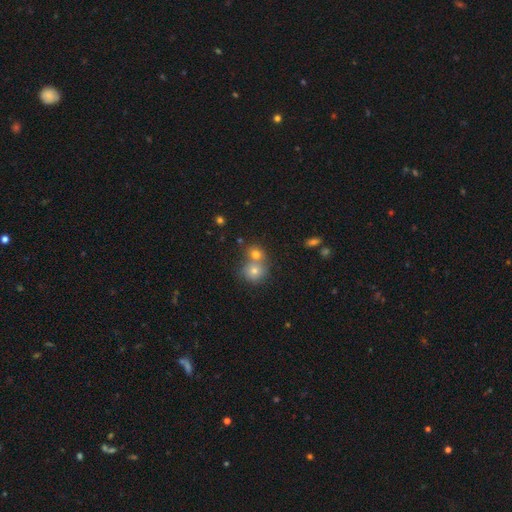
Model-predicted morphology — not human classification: Overall: smooth (65%). How rounded: round (82%). Merging: none (46%; merger 45%).